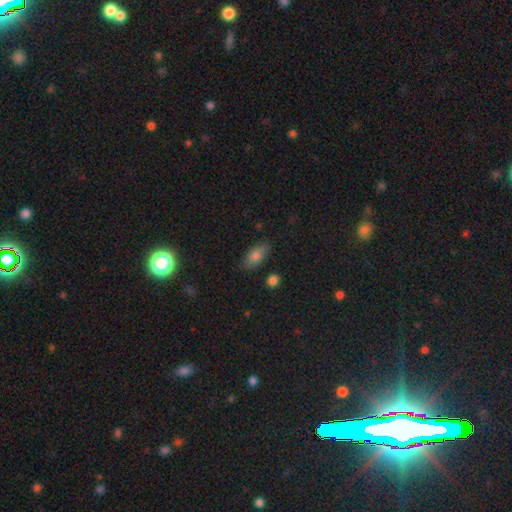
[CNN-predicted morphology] Smooth or featured? smooth (78%)
How rounded? in between (87%)
Merging? none (81%)